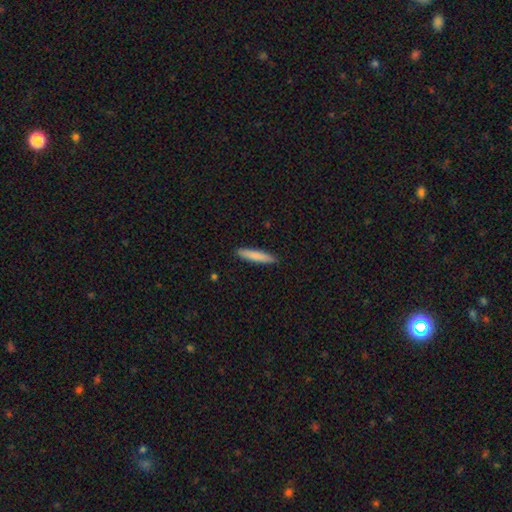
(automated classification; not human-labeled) A smooth galaxy with no disk features (83%) that is cigar-shaped (90%).

Vote fractions:
- Smooth or featured? smooth: 83% / featured or disk: 12% / star or artifact: 6%
- How rounded? cigar-shaped: 90% / in between: 9% / round: 1%
- Merging? none: 91% / minor disturbance: 7% / major disturbance: 1% / merger: 1%